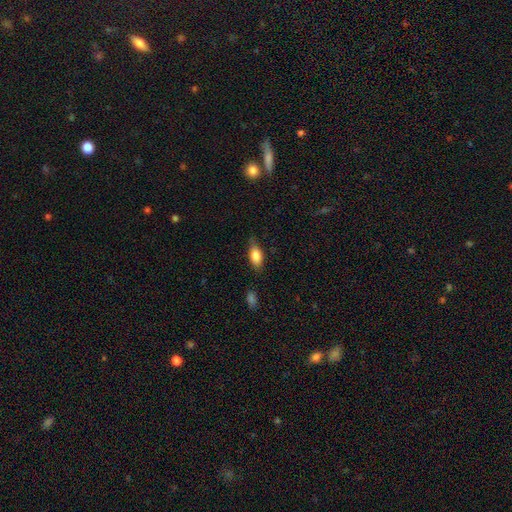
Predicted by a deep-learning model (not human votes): Smooth or featured? smooth (79%)
How rounded? in between (83%)
Merging? none (70%)